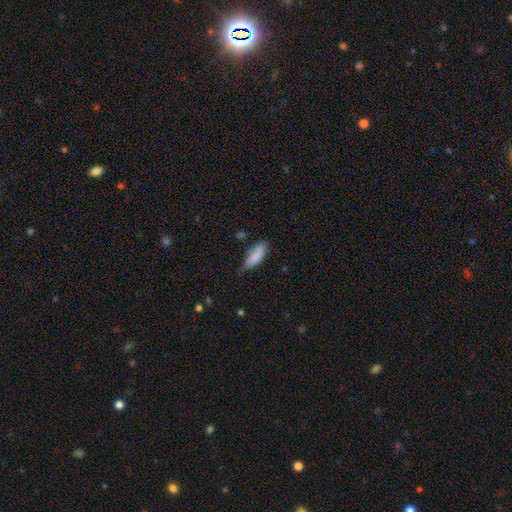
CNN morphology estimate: type=smooth (85%); roundness=in between (69%); merging=none (50%).